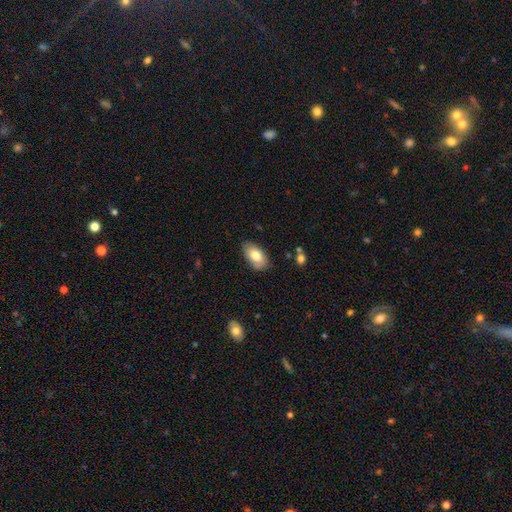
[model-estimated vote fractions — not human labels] Smooth or featured? smooth (77%)
How rounded? in between (93%)
Merging? none (79%)